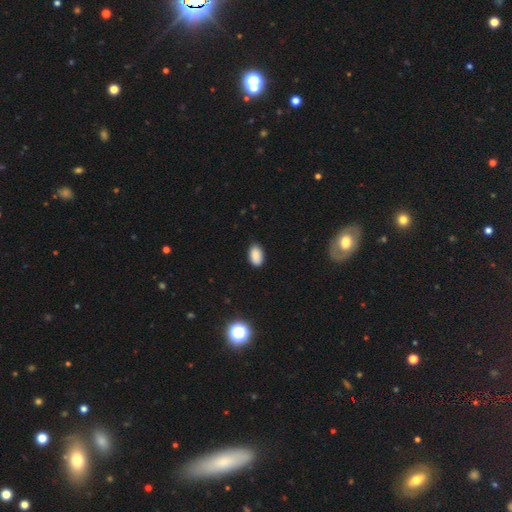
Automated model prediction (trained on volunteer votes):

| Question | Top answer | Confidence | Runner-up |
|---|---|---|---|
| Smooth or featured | smooth | 87% | star or artifact (9%) |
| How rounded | in between | 93% | round (6%) |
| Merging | none | 83% | minor disturbance (13%) |